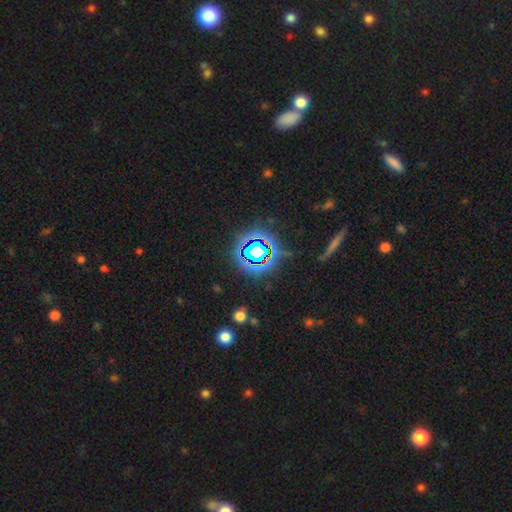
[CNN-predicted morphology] Smooth or featured? star or artifact (71%)